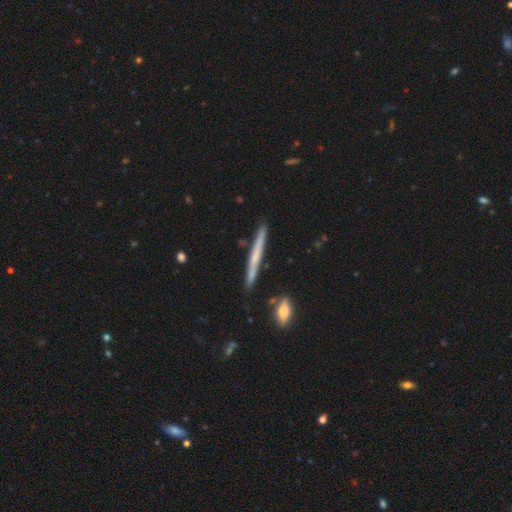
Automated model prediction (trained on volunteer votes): Overall: featured or disk (49%; smooth 45%). Merging: none (87%).